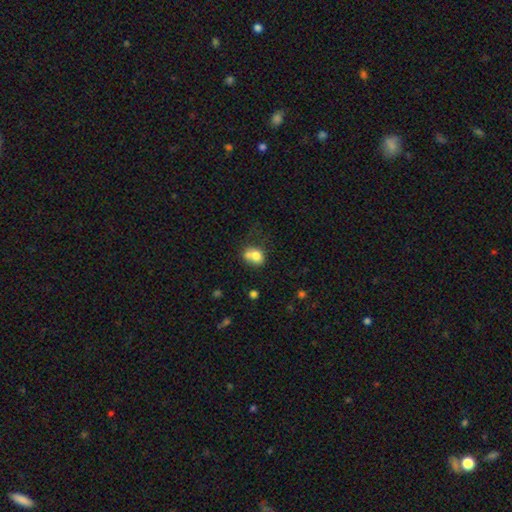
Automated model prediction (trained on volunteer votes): smooth-or-featured: smooth: 73% | featured or disk: 16% | star or artifact: 10%
  how-rounded: round: 51% | in between: 48% | cigar-shaped: 1%
  merging: merger: 37% | none: 34% | minor disturbance: 19% | major disturbance: 10%